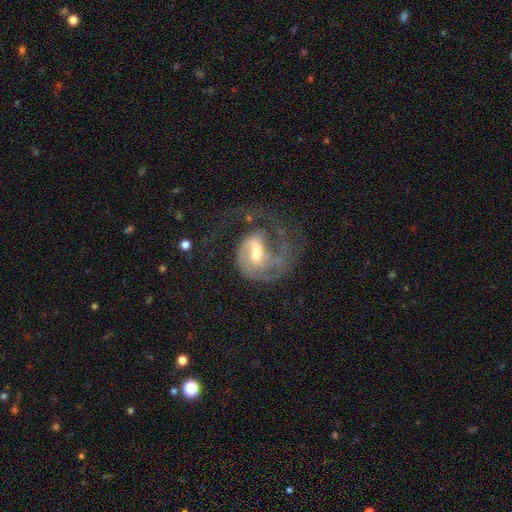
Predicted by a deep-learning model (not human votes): Q: Smooth or featured?
A: featured or disk (83%); runner-up: smooth (11%)
Q: Edge-on disk?
A: no (98%); runner-up: yes (2%)
Q: Bar?
A: weak (52%); runner-up: no (31%)
Q: Spiral arms?
A: yes (91%); runner-up: no (9%)
Q: Spiral winding?
A: medium (43%); runner-up: loose (31%)
Q: Spiral arm count?
A: 1 (61%); runner-up: 2 (21%)
Q: Bulge size?
A: moderate (58%); runner-up: small (27%)
Q: Merging?
A: major disturbance (48%); runner-up: none (35%)